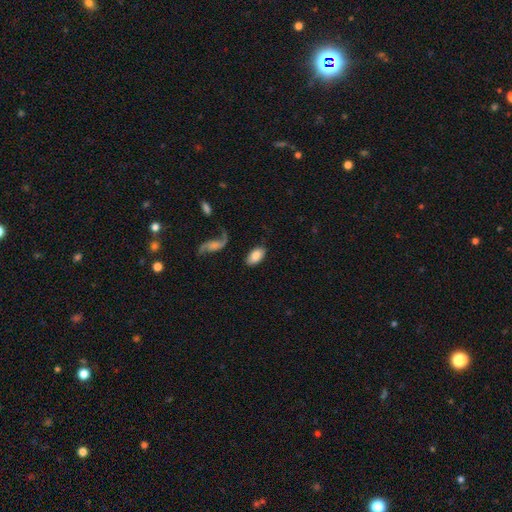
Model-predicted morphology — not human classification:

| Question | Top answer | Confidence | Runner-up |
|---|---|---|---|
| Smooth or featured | smooth | 78% | featured or disk (15%) |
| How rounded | in between | 94% | round (4%) |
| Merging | none | 77% | minor disturbance (14%) |